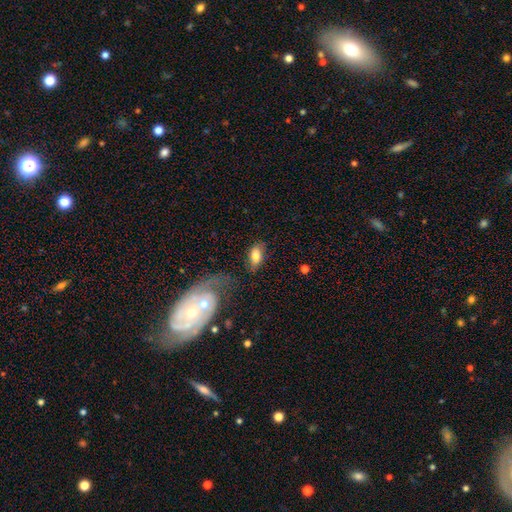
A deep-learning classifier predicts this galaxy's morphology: Overall: smooth (72%). How rounded: in between (90%). Merging: none (66%).